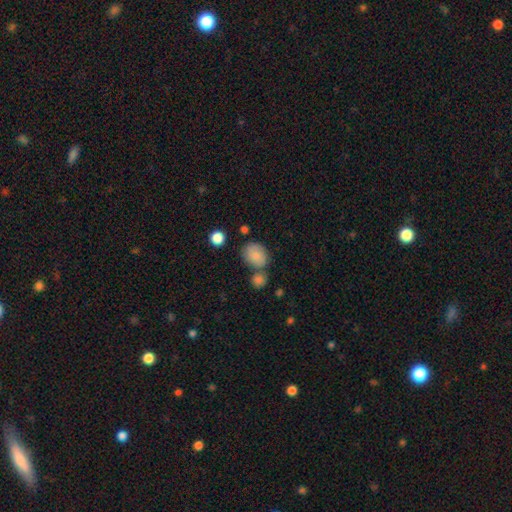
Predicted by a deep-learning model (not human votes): Q: Smooth or featured?
A: smooth (83%); runner-up: star or artifact (9%)
Q: How rounded?
A: in between (60%); runner-up: round (39%)
Q: Merging?
A: none (57%); runner-up: merger (20%)